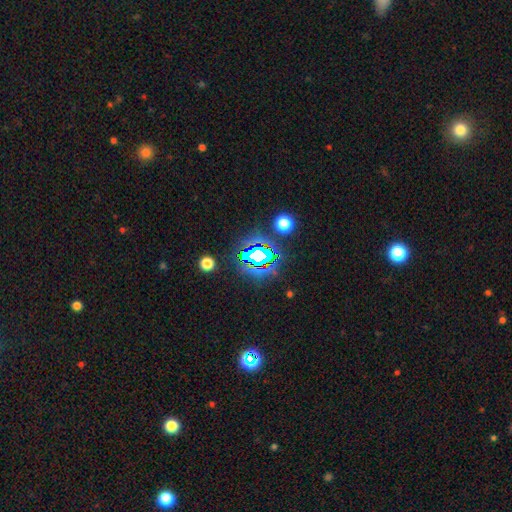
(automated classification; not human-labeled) star or artifact 68%, smooth 18%, featured or disk 14%.